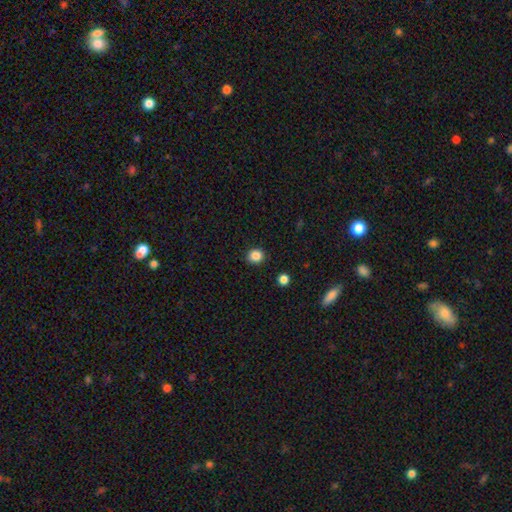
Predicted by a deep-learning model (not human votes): Morphology: type=smooth (85%); roundness=round (86%); merging=none (91%).